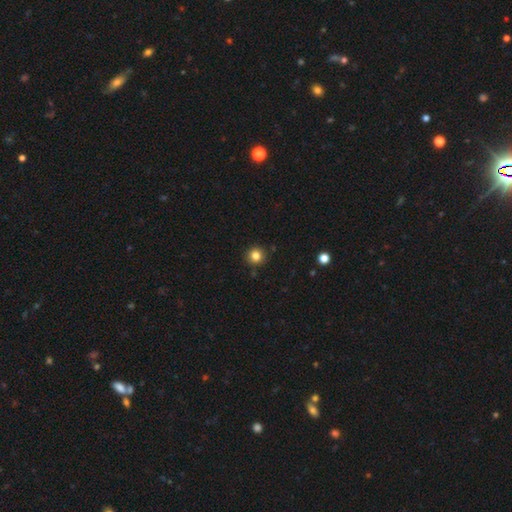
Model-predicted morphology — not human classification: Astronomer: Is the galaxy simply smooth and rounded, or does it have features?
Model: smooth — 83%.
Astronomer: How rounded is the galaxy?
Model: round — 94%.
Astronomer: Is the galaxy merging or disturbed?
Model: none — 91%.